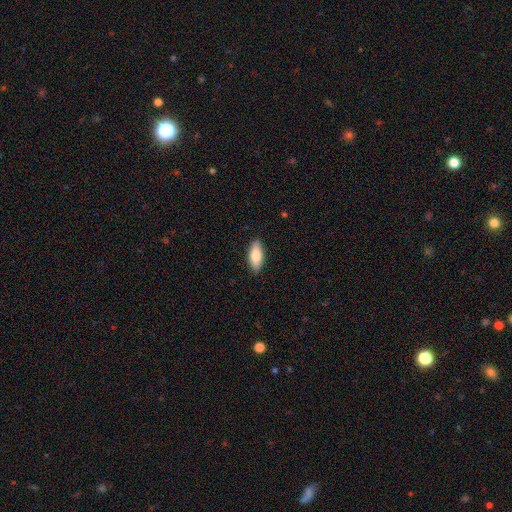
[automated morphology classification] smooth_or_featured: smooth (p=0.81) [alt: featured or disk p=0.13]
how_rounded: in between (p=0.81) [alt: cigar-shaped p=0.17]
merging: none (p=0.88) [alt: minor disturbance p=0.09]